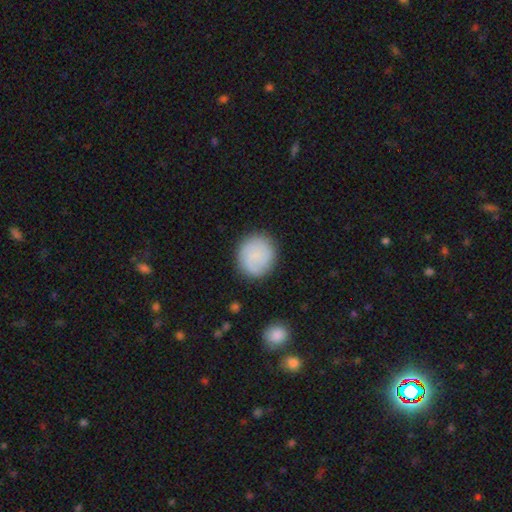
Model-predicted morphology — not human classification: Q: Smooth or featured?
A: smooth (71%); runner-up: featured or disk (22%)
Q: How rounded?
A: round (86%); runner-up: in between (13%)
Q: Merging?
A: none (85%); runner-up: minor disturbance (10%)